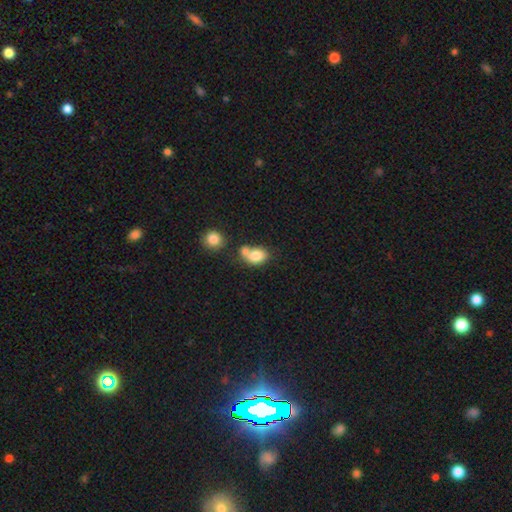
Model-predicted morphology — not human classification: The model was most divided on "merging": merger: 50%, none: 33%, minor disturbance: 12%, major disturbance: 5%. More confident: smooth or featured — smooth (79%); how rounded — in between (63%).